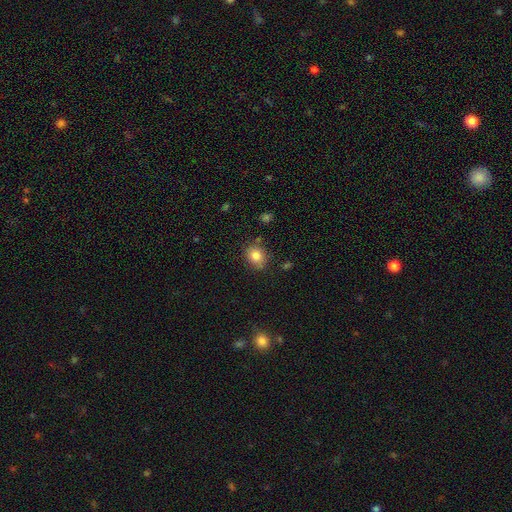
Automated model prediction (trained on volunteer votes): Smooth or featured?
  - smooth: 82% *
  - star or artifact: 10%
  - featured or disk: 7%
How rounded?
  - round: 63% *
  - in between: 36%
  - cigar-shaped: 1%
Merging?
  - none: 78% *
  - minor disturbance: 14%
  - merger: 4%
  - major disturbance: 3%